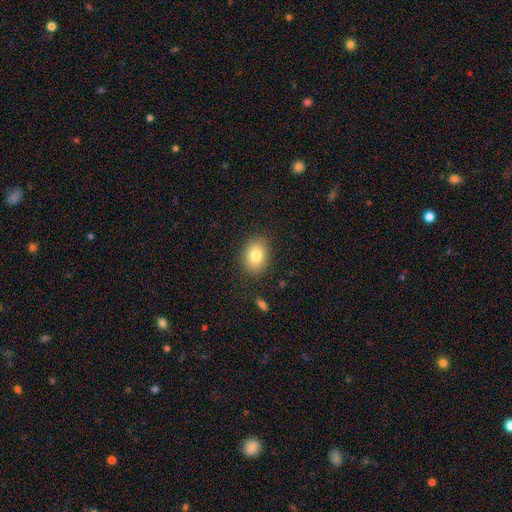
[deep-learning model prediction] Smooth or featured: smooth — 82% (featured or disk — 10%)
How rounded: in between — 68% (round — 31%)
Merging: none — 85% (minor disturbance — 10%)